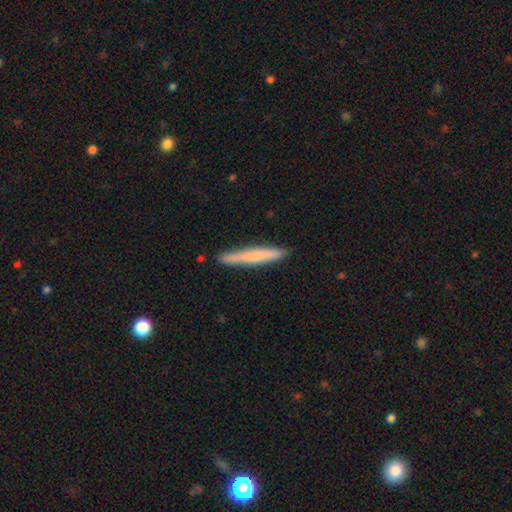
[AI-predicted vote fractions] Smooth or featured?
  - smooth: 67% *
  - featured or disk: 28%
  - star or artifact: 6%
How rounded?
  - cigar-shaped: 96% *
  - in between: 3%
  - round: 1%
Merging?
  - none: 89% *
  - minor disturbance: 8%
  - major disturbance: 1%
  - merger: 1%